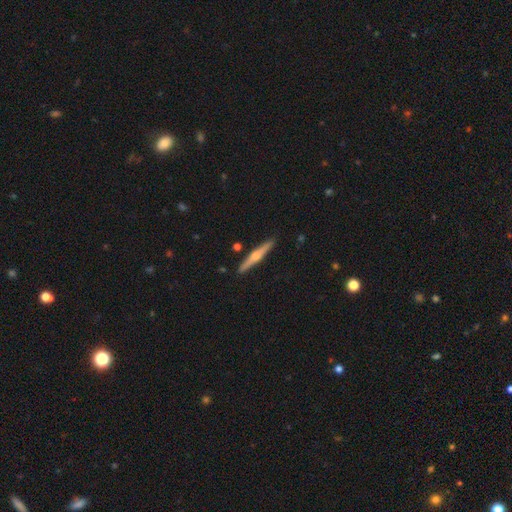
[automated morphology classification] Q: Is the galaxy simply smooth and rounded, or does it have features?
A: featured or disk — 67%.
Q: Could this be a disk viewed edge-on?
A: yes — 98%.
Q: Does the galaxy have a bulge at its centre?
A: rounded — 89%.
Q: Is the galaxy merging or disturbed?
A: none — 91%.